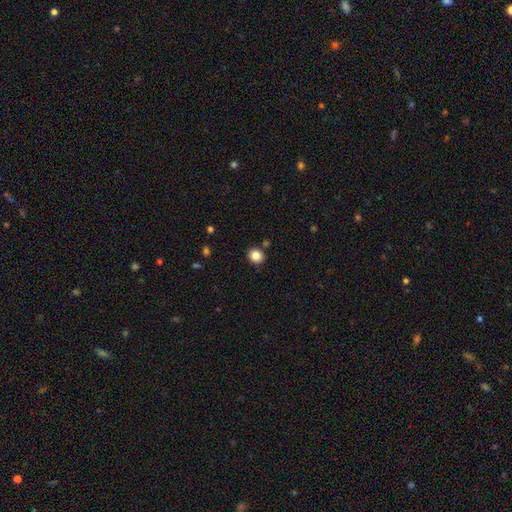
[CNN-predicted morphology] smooth-or-featured: smooth: 84% | star or artifact: 11% | featured or disk: 5%
  how-rounded: round: 80% | in between: 19% | cigar-shaped: 1%
  merging: none: 87% | minor disturbance: 7% | merger: 4% | major disturbance: 2%